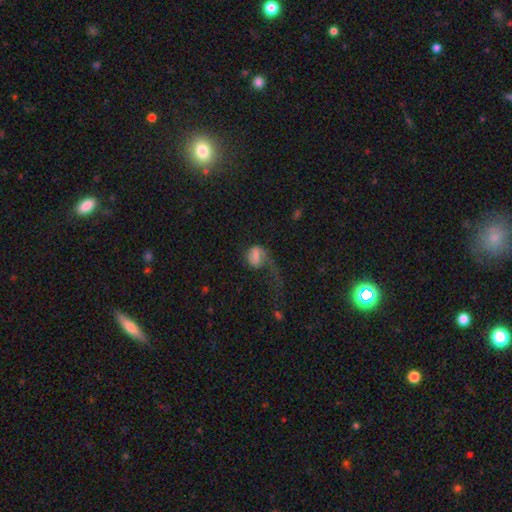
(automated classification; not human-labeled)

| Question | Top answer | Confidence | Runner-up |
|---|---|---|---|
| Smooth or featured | smooth | 55% | featured or disk (35%) |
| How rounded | in between | 58% | round (40%) |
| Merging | major disturbance | 64% | none (18%) |